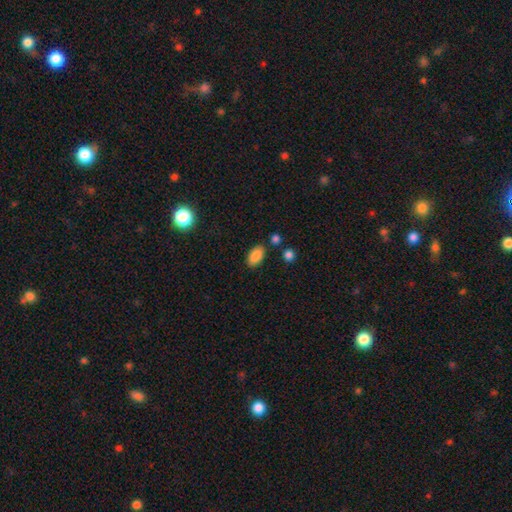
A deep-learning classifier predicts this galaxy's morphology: A smooth galaxy with no disk features (88%) that is in between round and cigar-shaped (93%).

Vote fractions:
- Smooth or featured? smooth: 88% / star or artifact: 8% / featured or disk: 4%
- How rounded? in between: 93% / round: 5% / cigar-shaped: 2%
- Merging? none: 82% / minor disturbance: 11% / merger: 4% / major disturbance: 3%